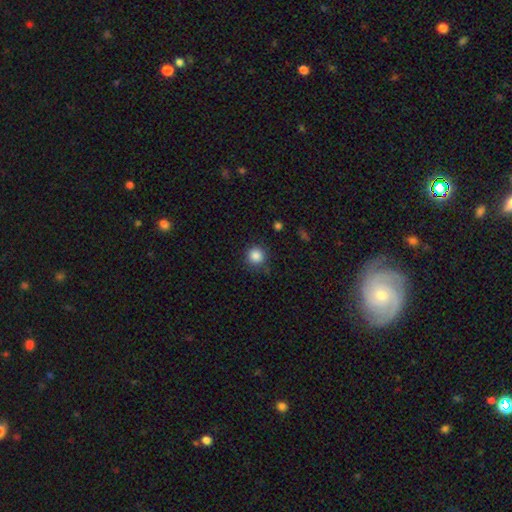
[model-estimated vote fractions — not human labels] Q: Smooth or featured?
A: smooth (86%); runner-up: star or artifact (10%)
Q: How rounded?
A: round (94%); runner-up: in between (5%)
Q: Merging?
A: none (85%); runner-up: minor disturbance (10%)